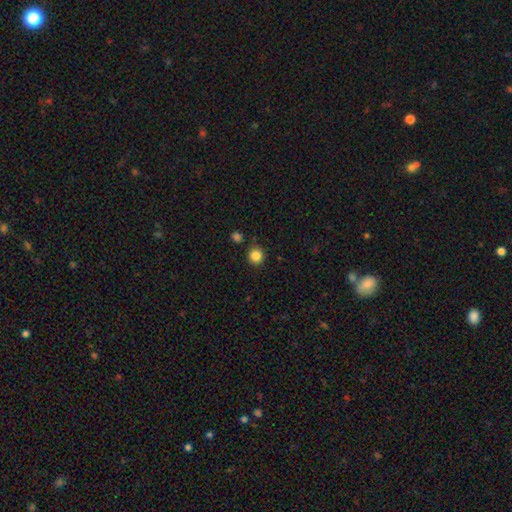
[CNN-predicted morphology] Smooth or featured?
  - smooth: 85% *
  - star or artifact: 11%
  - featured or disk: 4%
How rounded?
  - round: 93% *
  - in between: 6%
  - cigar-shaped: 1%
Merging?
  - none: 85% *
  - minor disturbance: 9%
  - merger: 4%
  - major disturbance: 3%